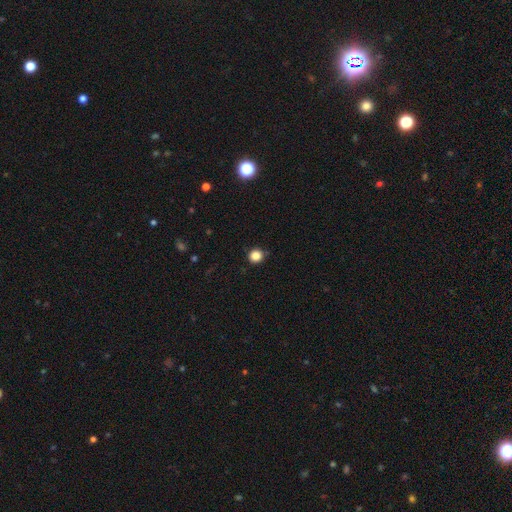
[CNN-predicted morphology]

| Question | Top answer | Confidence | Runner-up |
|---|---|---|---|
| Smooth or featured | smooth | 85% | star or artifact (12%) |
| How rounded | round | 94% | in between (5%) |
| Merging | none | 88% | minor disturbance (8%) |